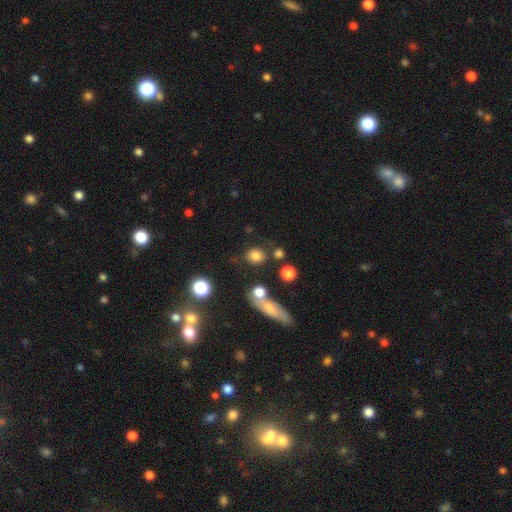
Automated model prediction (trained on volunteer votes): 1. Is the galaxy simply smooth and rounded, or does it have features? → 79% smooth, 13% star or artifact, 8% featured or disk.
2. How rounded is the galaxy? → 77% round, 21% in between, 2% cigar-shaped.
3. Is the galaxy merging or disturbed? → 75% none, 11% minor disturbance, 9% merger, 4% major disturbance.